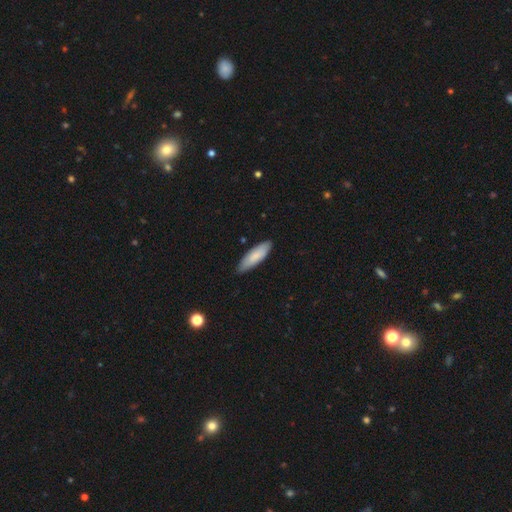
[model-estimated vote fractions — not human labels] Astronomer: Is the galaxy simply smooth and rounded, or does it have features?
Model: smooth — 84%.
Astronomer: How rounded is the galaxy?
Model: in between — 53% (runner-up: cigar-shaped, 45%).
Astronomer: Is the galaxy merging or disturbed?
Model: none — 83%.